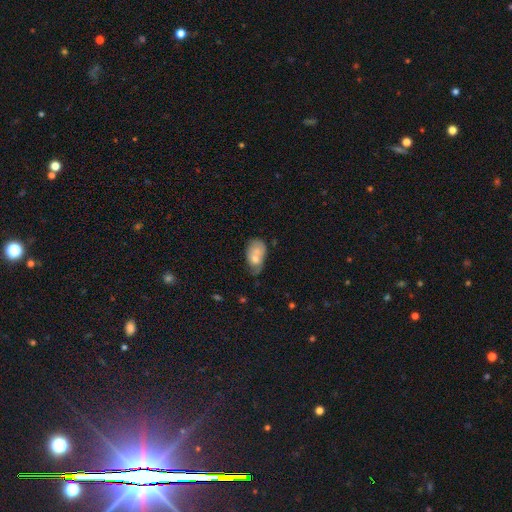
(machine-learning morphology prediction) Smooth or featured?
  - smooth: 63% *
  - featured or disk: 29%
  - star or artifact: 8%
How rounded?
  - in between: 86% *
  - round: 12%
  - cigar-shaped: 2%
Merging?
  - merger: 33% *
  - none: 28%
  - minor disturbance: 27%
  - major disturbance: 12%